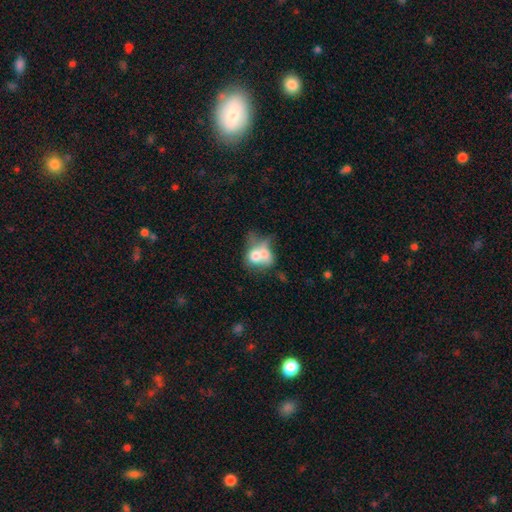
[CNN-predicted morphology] smooth 63%, featured or disk 27%, star or artifact 10%. Down the decision tree: how rounded — in between (52%); merging — merger (59%).